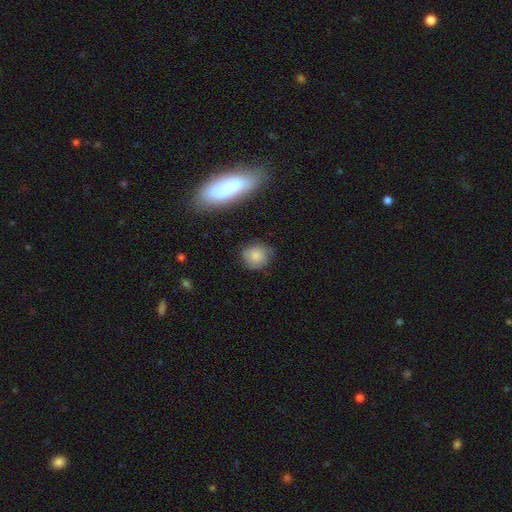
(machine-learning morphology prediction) Overall: smooth (81%). How rounded: round (83%). Merging: none (77%).